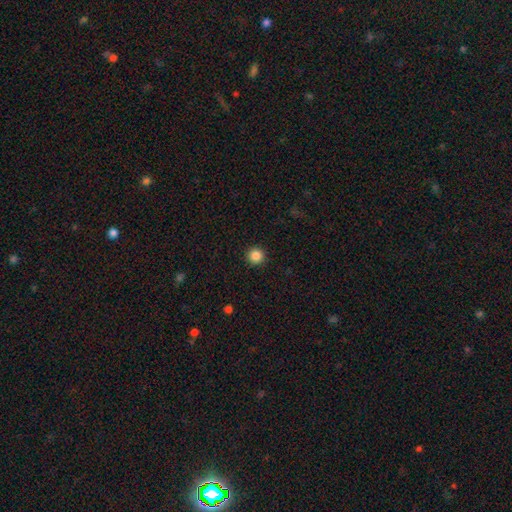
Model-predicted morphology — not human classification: smooth-or-featured: smooth: 86% | star or artifact: 10% | featured or disk: 4%
  how-rounded: round: 96% | in between: 3% | cigar-shaped: 1%
  merging: none: 93% | minor disturbance: 4% | major disturbance: 2% | merger: 1%